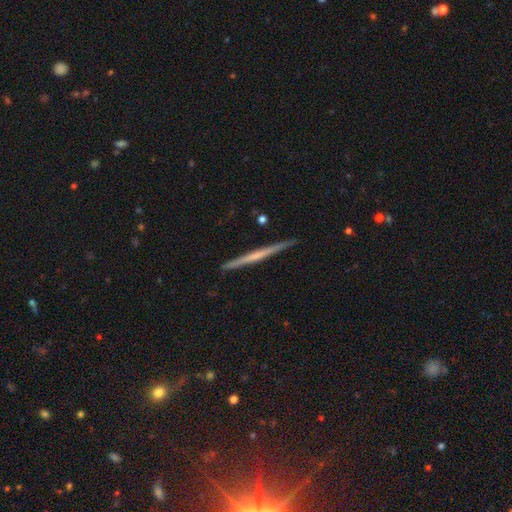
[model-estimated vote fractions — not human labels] Smooth or featured? featured or disk (63%)
Edge-on disk? yes (98%)
Edge-on bulge? none (76%)
Merging? none (91%)